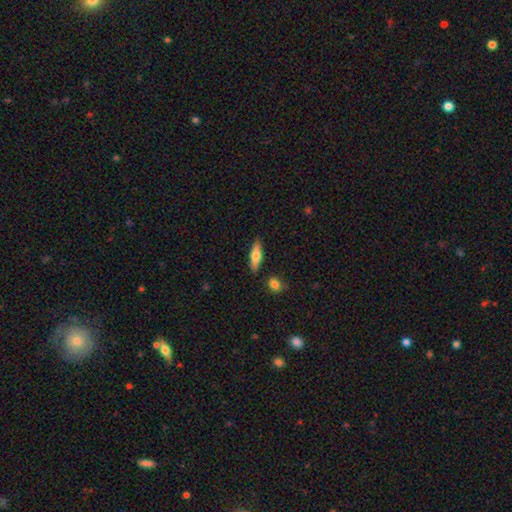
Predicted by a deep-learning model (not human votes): Smooth or featured: smooth — 66% (featured or disk — 28%)
How rounded: cigar-shaped — 57% (in between — 41%)
Merging: none — 85% (minor disturbance — 9%)